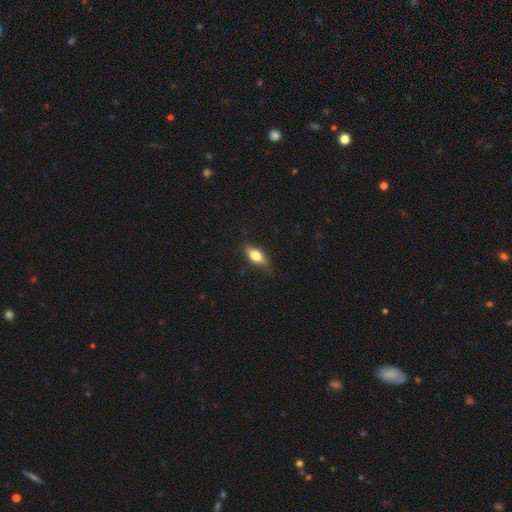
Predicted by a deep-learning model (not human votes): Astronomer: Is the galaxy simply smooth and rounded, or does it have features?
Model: smooth — 71%.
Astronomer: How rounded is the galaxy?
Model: in between — 76%.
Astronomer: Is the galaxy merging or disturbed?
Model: none — 79%.